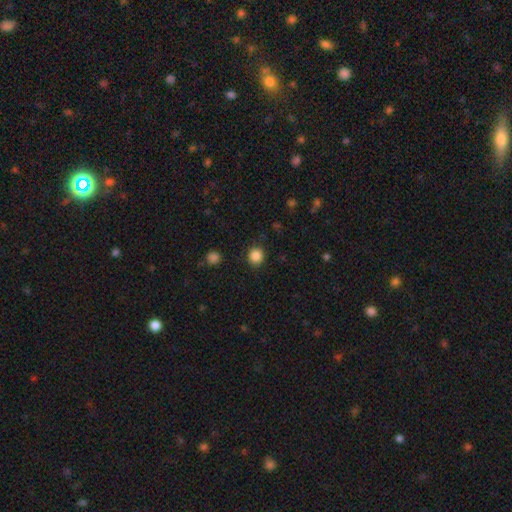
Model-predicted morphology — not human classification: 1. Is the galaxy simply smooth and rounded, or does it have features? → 86% smooth, 11% star or artifact, 3% featured or disk.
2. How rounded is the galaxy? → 89% round, 10% in between, 1% cigar-shaped.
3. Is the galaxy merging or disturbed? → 89% none, 7% minor disturbance, 3% major disturbance, 1% merger.